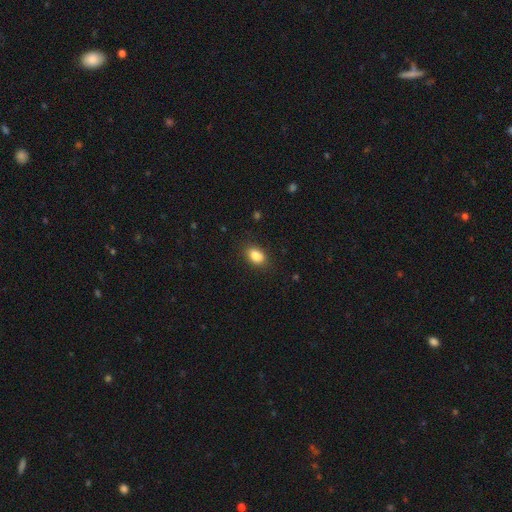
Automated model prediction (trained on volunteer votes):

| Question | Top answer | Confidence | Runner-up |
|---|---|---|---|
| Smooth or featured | smooth | 86% | star or artifact (9%) |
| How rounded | in between | 82% | round (16%) |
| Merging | none | 85% | minor disturbance (11%) |